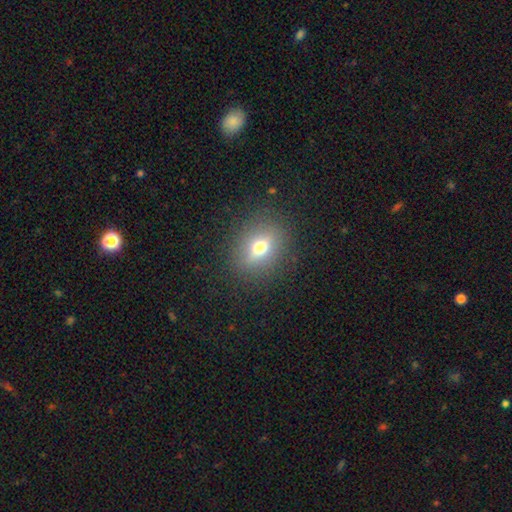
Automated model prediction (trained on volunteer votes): Smooth or featured?
  - smooth: 69% *
  - star or artifact: 21%
  - featured or disk: 10%
How rounded?
  - round: 61% *
  - in between: 38%
  - cigar-shaped: 1%
Merging?
  - none: 91% *
  - minor disturbance: 6%
  - major disturbance: 2%
  - merger: 1%